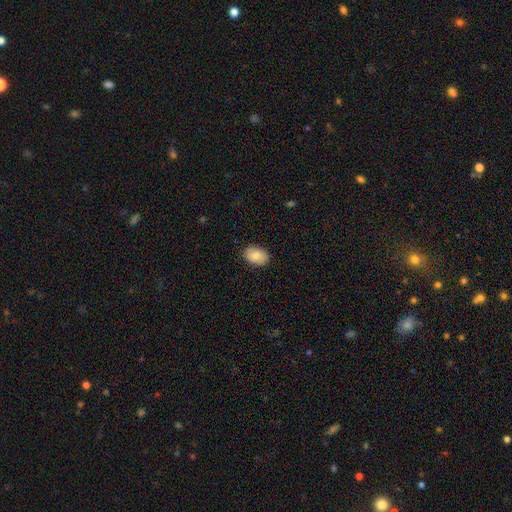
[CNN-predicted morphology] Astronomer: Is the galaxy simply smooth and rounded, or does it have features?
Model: smooth — 82%.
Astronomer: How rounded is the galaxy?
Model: in between — 81%.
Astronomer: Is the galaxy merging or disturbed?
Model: none — 87%.